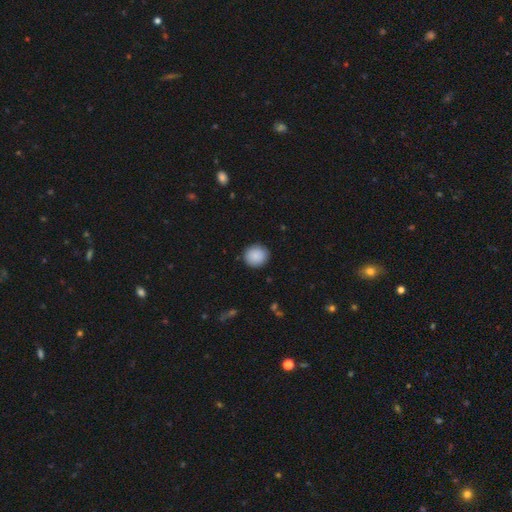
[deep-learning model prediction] This appears to be a smooth galaxy with no disk features (89%) that is round (91%). Merging: none (90%).